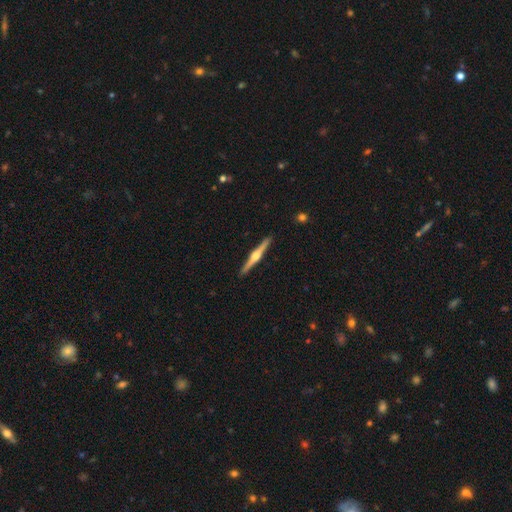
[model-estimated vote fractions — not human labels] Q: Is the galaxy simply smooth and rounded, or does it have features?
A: featured or disk — 80%.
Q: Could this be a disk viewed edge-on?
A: yes — 99%.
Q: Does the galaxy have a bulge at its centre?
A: rounded — 94%.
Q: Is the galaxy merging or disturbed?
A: none — 92%.